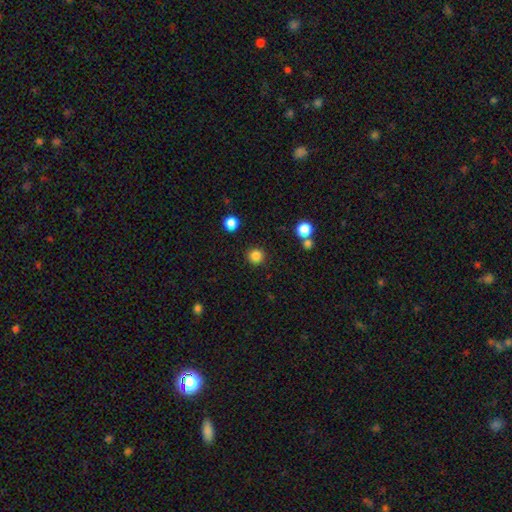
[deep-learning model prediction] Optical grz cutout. It shows a smooth galaxy with no disk features (84%) that is round (94%). Merging: none (90%).